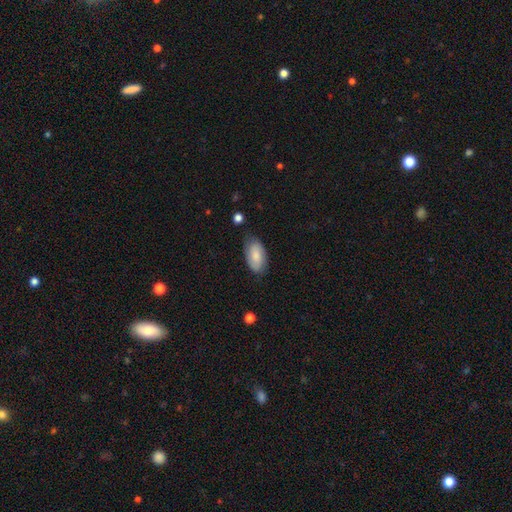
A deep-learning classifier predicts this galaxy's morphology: The model was most divided on "merging": none: 75%, minor disturbance: 19%, major disturbance: 4%, merger: 2%. More confident: how rounded — in between (94%); smooth or featured — smooth (78%).